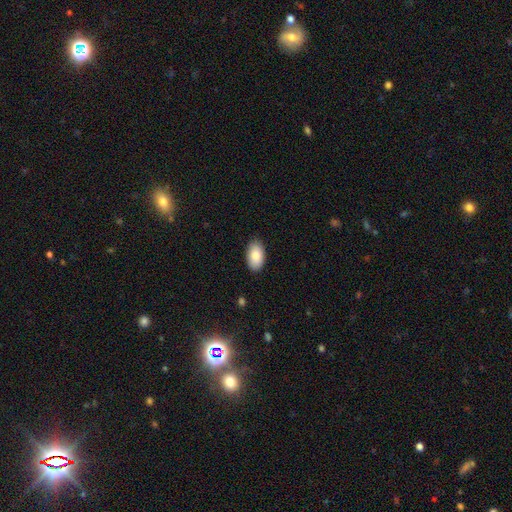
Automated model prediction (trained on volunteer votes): The model was most divided on "smooth or featured": smooth: 86%, featured or disk: 8%, star or artifact: 6%. More confident: how rounded — in between (95%); merging — none (88%).